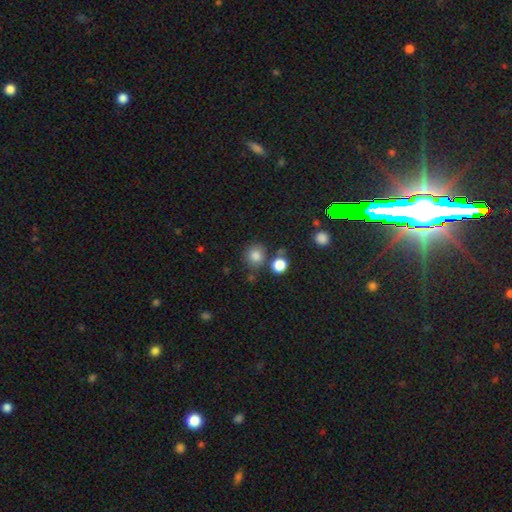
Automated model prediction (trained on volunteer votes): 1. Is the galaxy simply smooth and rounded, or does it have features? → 82% smooth, 13% star or artifact, 6% featured or disk.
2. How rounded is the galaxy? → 84% round, 15% in between, 1% cigar-shaped.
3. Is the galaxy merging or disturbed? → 75% none, 11% minor disturbance, 11% merger, 4% major disturbance.